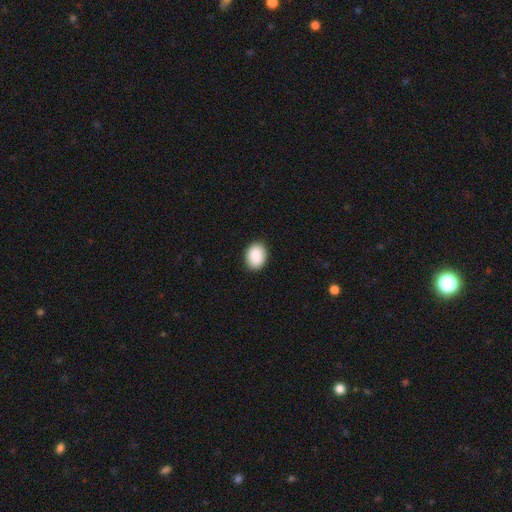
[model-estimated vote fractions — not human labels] The model was most divided on "how rounded": in between: 70%, round: 29%, cigar-shaped: 1%. More confident: smooth or featured — smooth (91%); merging — none (89%).